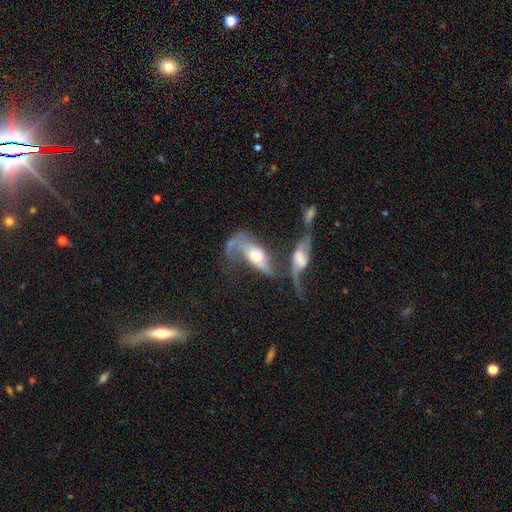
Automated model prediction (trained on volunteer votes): Q: Smooth or featured?
A: featured or disk (70%); runner-up: smooth (22%)
Q: Edge-on disk?
A: no (84%); runner-up: yes (16%)
Q: Bar?
A: no (58%); runner-up: weak (30%)
Q: Spiral arms?
A: yes (77%); runner-up: no (23%)
Q: Bulge size?
A: moderate (55%); runner-up: large (25%)
Q: Merging?
A: merger (63%); runner-up: major disturbance (18%)